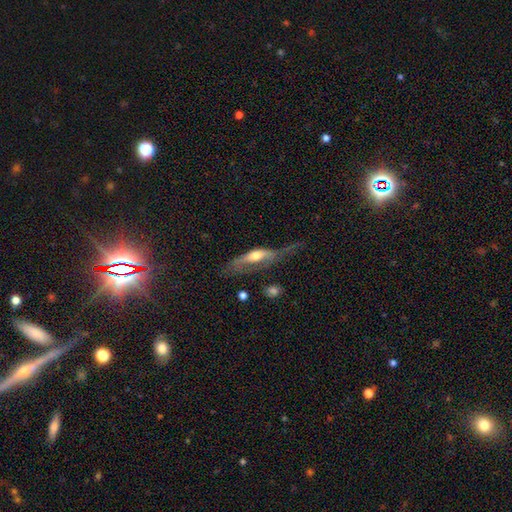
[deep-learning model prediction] This is possibly a featured or disk galaxy (53%). It is possibly viewed edge-on (55%). Merging: marginally major disturbance (44%).